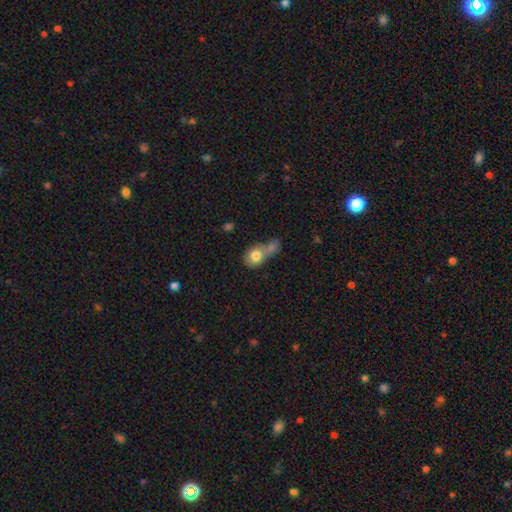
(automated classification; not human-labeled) This appears to be a smooth galaxy with no disk features (78%) that is round (52%). Merging: merger (64%).